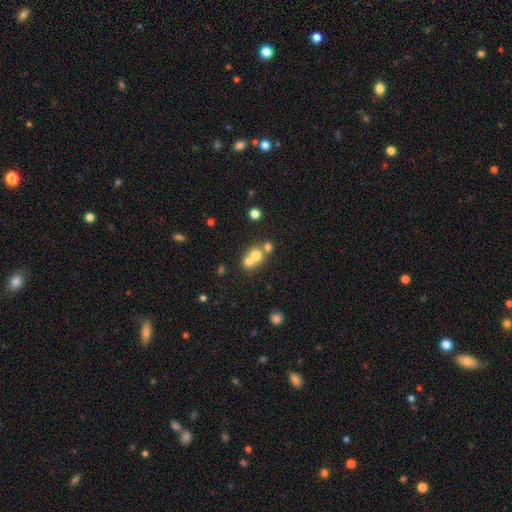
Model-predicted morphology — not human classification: This is likely a smooth galaxy (66%). How rounded: likely round (78%). Merging: likely merger (62%).